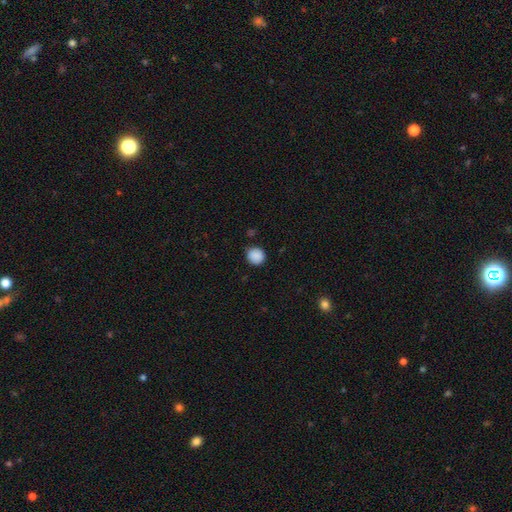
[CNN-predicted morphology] Smooth or featured?
  - smooth: 89% *
  - star or artifact: 8%
  - featured or disk: 3%
How rounded?
  - round: 89% *
  - in between: 10%
  - cigar-shaped: 1%
Merging?
  - none: 86% *
  - minor disturbance: 10%
  - major disturbance: 2%
  - merger: 1%